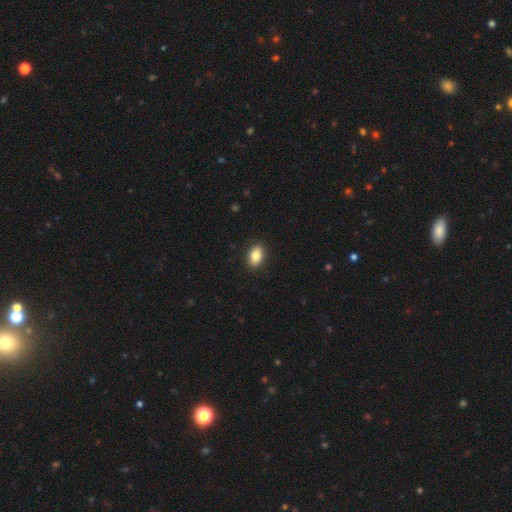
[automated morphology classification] smooth-or-featured: smooth: 85% | featured or disk: 8% | star or artifact: 8%
  how-rounded: in between: 87% | round: 11% | cigar-shaped: 2%
  merging: none: 90% | minor disturbance: 7% | major disturbance: 2% | merger: 1%